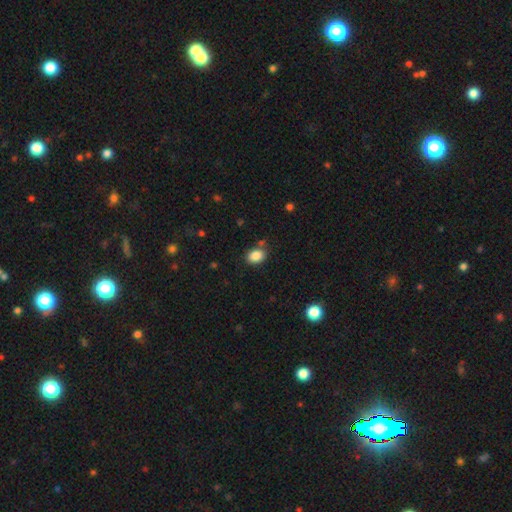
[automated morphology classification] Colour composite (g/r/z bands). It shows a smooth galaxy with no disk features (86%) that is in between round and cigar-shaped (69%). Merging: none (77%).